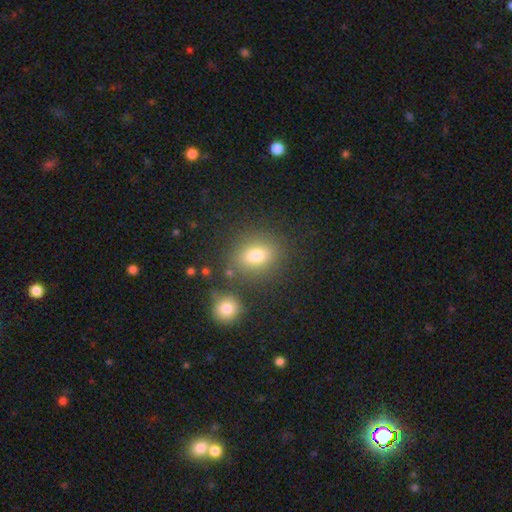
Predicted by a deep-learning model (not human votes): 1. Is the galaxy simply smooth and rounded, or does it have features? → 77% smooth, 14% star or artifact, 10% featured or disk.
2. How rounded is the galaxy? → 50% in between, 48% round, 2% cigar-shaped.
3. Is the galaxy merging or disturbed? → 78% none, 11% minor disturbance, 7% merger, 4% major disturbance.